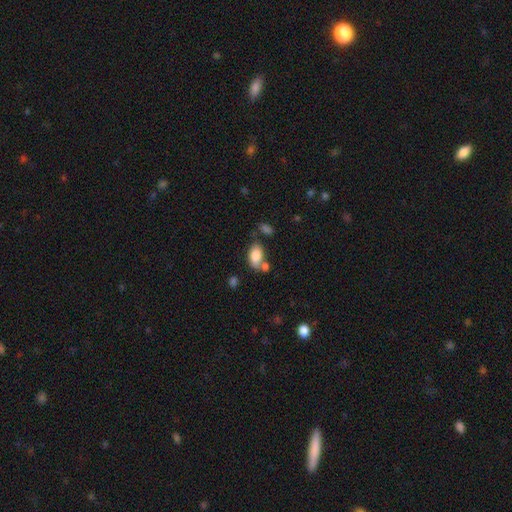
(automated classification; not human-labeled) A smooth galaxy with no disk features (83%) that is in between round and cigar-shaped (92%).

Vote fractions:
- Smooth or featured? smooth: 83% / featured or disk: 9% / star or artifact: 8%
- How rounded? in between: 92% / round: 6% / cigar-shaped: 2%
- Merging? none: 54% / merger: 23% / minor disturbance: 17% / major disturbance: 6%